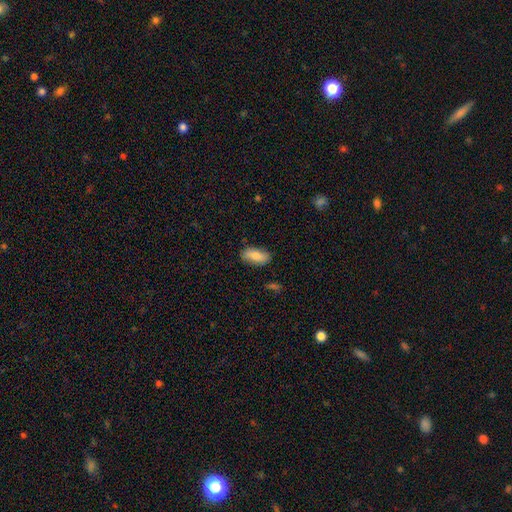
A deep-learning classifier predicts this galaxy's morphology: smooth_or_featured: smooth (p=0.82) [alt: featured or disk p=0.12]
how_rounded: in between (p=0.89) [alt: cigar-shaped p=0.09]
merging: none (p=0.84) [alt: minor disturbance p=0.12]